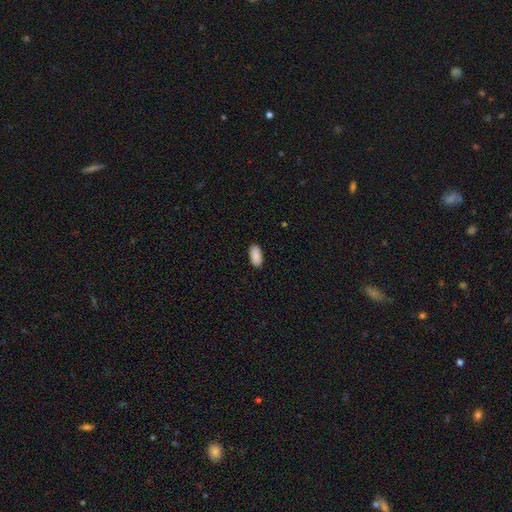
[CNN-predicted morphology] Smooth or featured? smooth (91%)
How rounded? in between (92%)
Merging? none (89%)